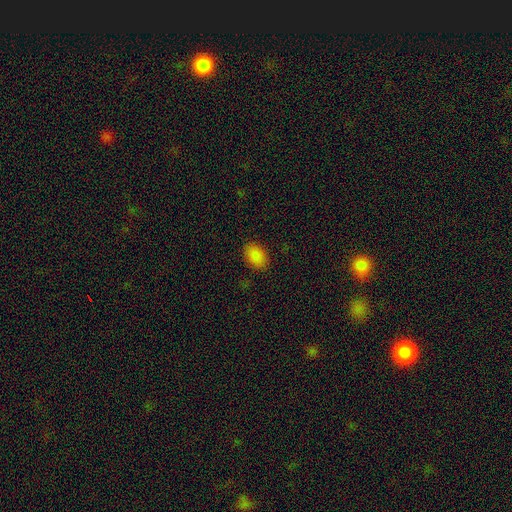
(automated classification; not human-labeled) A smooth galaxy with no disk features (87%) that is in between round and cigar-shaped (86%). Merging: none (86%).